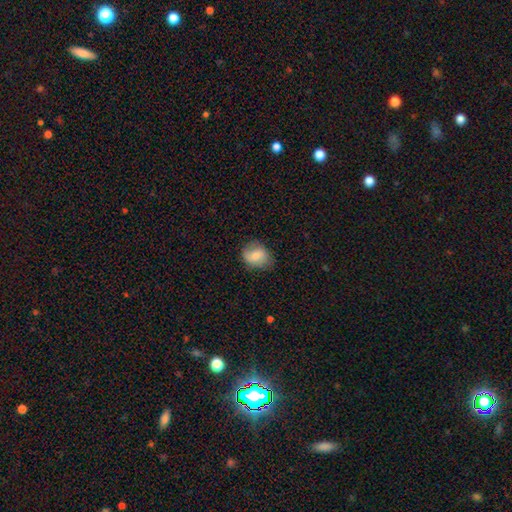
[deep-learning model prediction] Smooth or featured?
  - smooth: 67% *
  - featured or disk: 26%
  - star or artifact: 8%
How rounded?
  - round: 58% *
  - in between: 41%
  - cigar-shaped: 1%
Merging?
  - none: 72% *
  - minor disturbance: 21%
  - major disturbance: 6%
  - merger: 1%